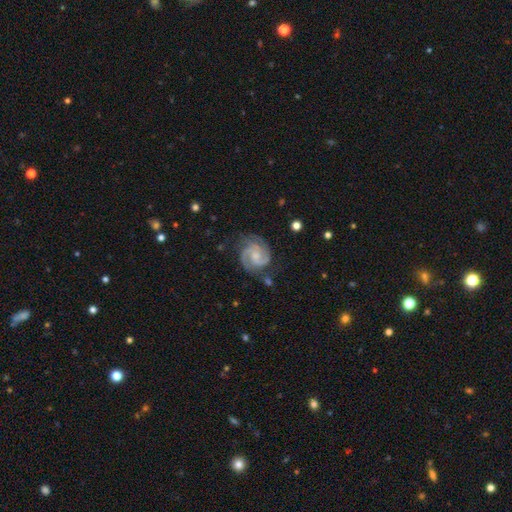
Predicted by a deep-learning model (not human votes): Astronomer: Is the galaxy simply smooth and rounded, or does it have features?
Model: featured or disk — 91%.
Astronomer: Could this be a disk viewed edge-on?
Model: no — 98%.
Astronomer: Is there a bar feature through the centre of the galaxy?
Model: no — 63%.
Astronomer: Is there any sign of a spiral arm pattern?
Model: yes — 98%.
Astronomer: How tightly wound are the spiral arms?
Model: tight — 54% (runner-up: medium, 41%).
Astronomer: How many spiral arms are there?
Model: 2 — 49% (runner-up: 3, 36%).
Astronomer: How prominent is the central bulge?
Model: small — 61%.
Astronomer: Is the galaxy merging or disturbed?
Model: none — 73%.